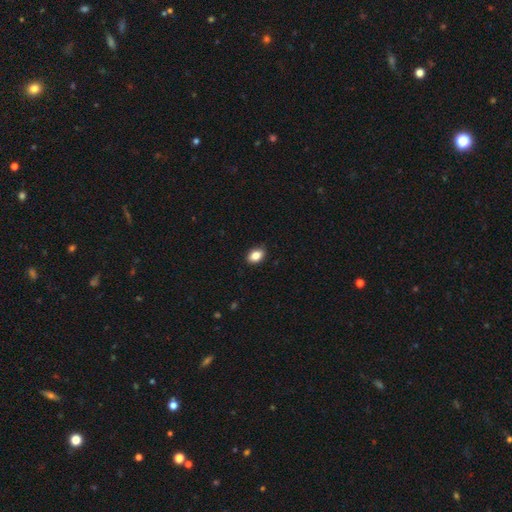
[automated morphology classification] Q: Smooth or featured?
A: smooth (85%); runner-up: star or artifact (9%)
Q: How rounded?
A: in between (82%); runner-up: round (17%)
Q: Merging?
A: none (87%); runner-up: minor disturbance (10%)